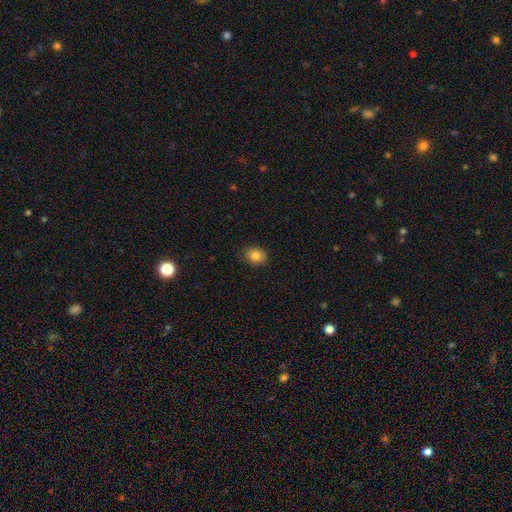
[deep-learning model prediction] A smooth galaxy with no disk features (82%) that is round (59%). Merging: none (85%).